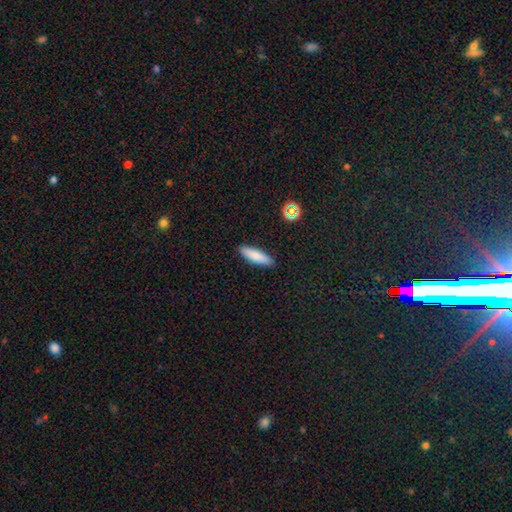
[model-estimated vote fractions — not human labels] Q: Smooth or featured?
A: smooth (81%); runner-up: featured or disk (11%)
Q: How rounded?
A: cigar-shaped (64%); runner-up: in between (34%)
Q: Merging?
A: none (90%); runner-up: minor disturbance (7%)